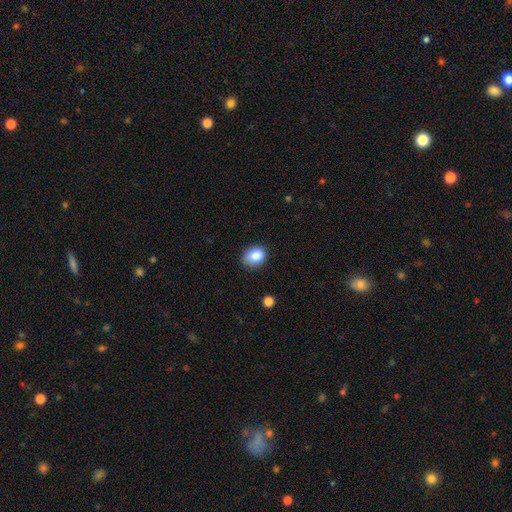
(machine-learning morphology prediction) A smooth galaxy with no disk features (86%) that is in between round and cigar-shaped (58%). Merging: none (78%).